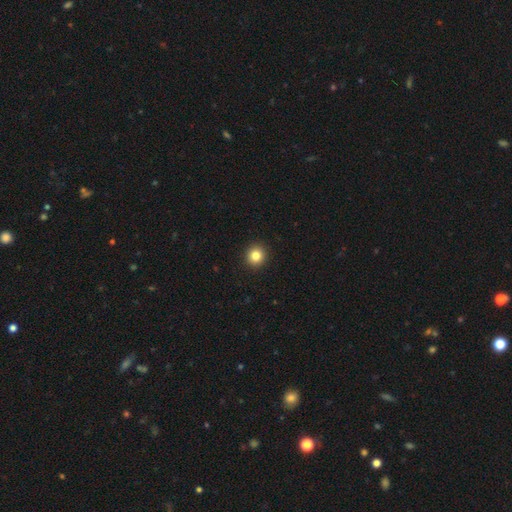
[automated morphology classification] smooth-or-featured: smooth: 83% | star or artifact: 11% | featured or disk: 6%
  how-rounded: round: 92% | in between: 7% | cigar-shaped: 1%
  merging: none: 93% | minor disturbance: 4% | major disturbance: 2% | merger: 1%